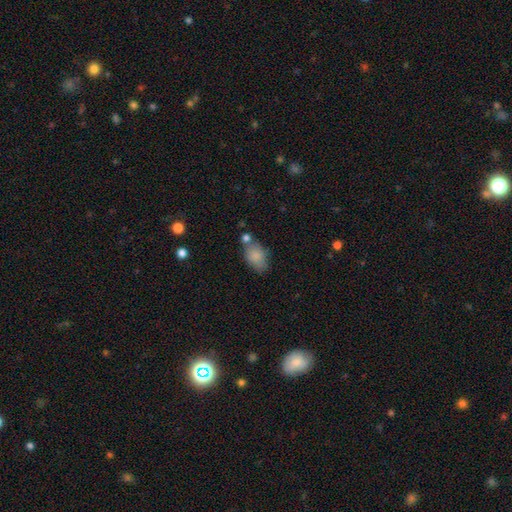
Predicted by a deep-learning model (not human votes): Smooth or featured? smooth (83%)
How rounded? in between (85%)
Merging? none (55%)